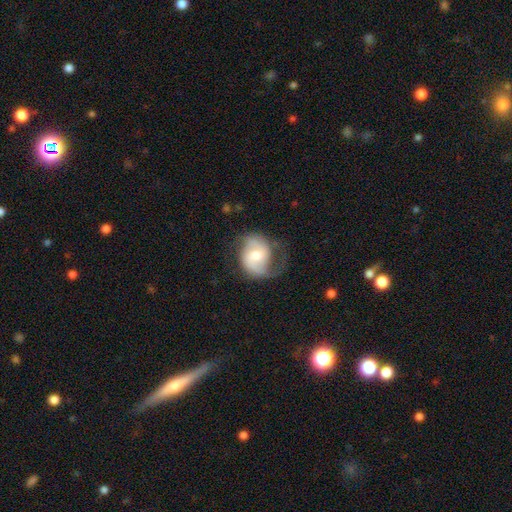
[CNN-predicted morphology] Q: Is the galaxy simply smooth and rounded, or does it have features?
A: featured or disk — 69%.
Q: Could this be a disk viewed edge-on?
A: no — 98%.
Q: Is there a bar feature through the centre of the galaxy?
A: weak — 47%.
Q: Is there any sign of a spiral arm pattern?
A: yes — 90%.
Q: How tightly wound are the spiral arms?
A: medium — 45%.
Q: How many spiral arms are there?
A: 2 — 78%.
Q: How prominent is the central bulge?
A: moderate — 58%.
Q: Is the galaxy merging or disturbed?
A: none — 50%.